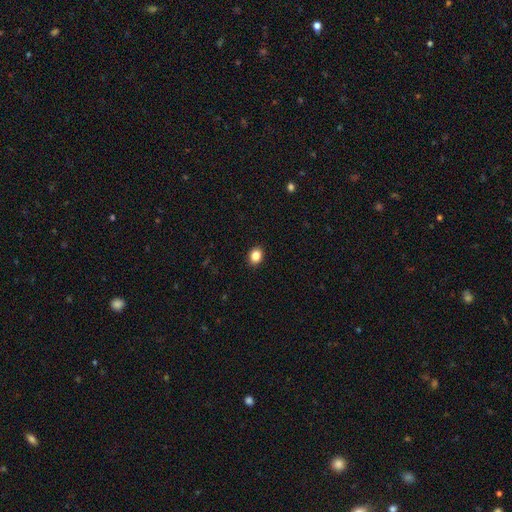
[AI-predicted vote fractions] Overall: smooth (86%). How rounded: in between (50%; round 49%). Merging: none (91%).